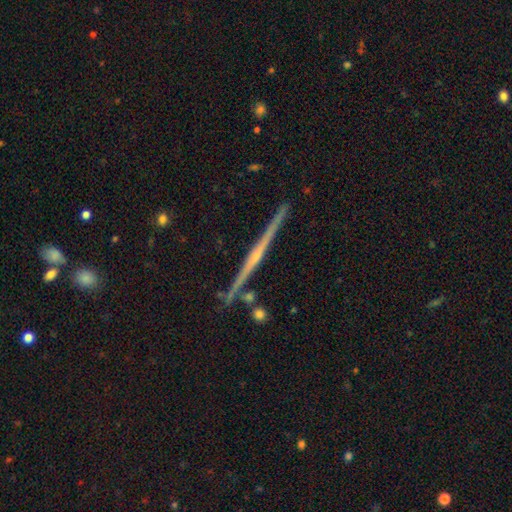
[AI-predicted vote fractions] Smooth or featured? Predicted: featured or disk (p=0.85). Edge-on disk? Predicted: yes (p=0.99). Edge-on bulge? Predicted: rounded (p=0.67). Merging? Predicted: none (p=0.91).